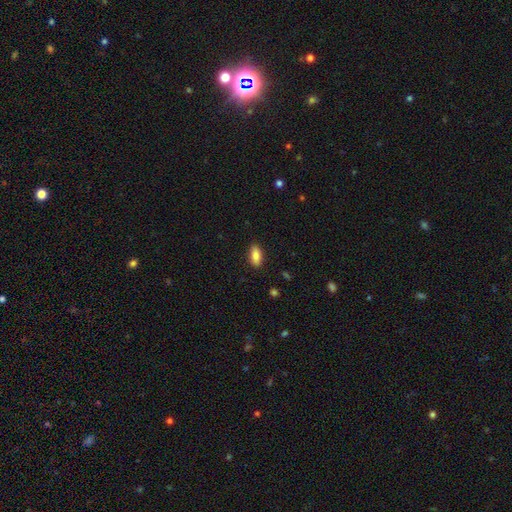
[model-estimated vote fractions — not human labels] This appears to be a smooth galaxy with no disk features (85%) that is in between round and cigar-shaped (86%). Merging: none (88%).